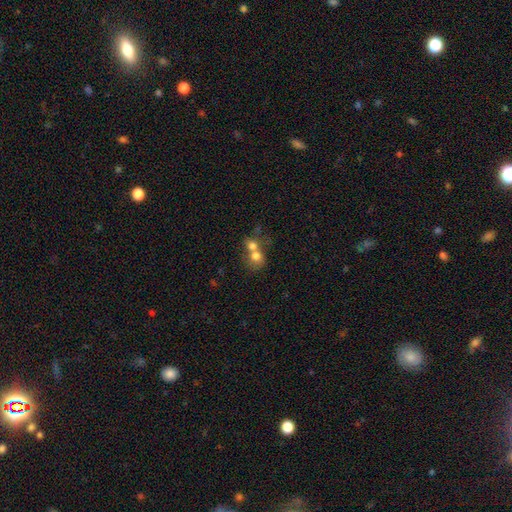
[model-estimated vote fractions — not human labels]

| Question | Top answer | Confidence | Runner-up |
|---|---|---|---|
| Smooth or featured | smooth | 72% | featured or disk (18%) |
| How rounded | round | 69% | in between (30%) |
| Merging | merger | 71% | none (20%) |